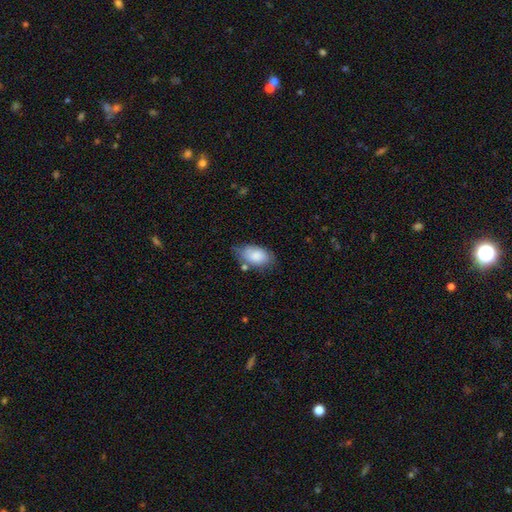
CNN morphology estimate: A smooth galaxy with no disk features (83%) that is in between round and cigar-shaped (92%).

Vote fractions:
- Smooth or featured? smooth: 83% / featured or disk: 10% / star or artifact: 6%
- How rounded? in between: 92% / round: 7% / cigar-shaped: 2%
- Merging? none: 61% / minor disturbance: 27% / major disturbance: 6% / merger: 6%